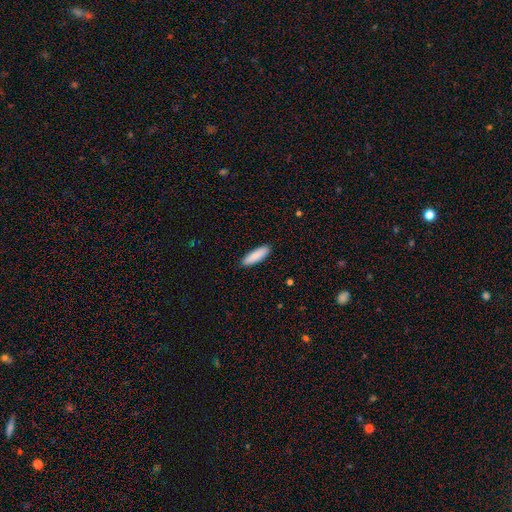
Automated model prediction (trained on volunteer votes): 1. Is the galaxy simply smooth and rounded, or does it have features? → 89% smooth, 6% featured or disk, 5% star or artifact.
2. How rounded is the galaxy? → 58% cigar-shaped, 41% in between, 1% round.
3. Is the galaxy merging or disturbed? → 91% none, 7% minor disturbance, 1% major disturbance, 1% merger.